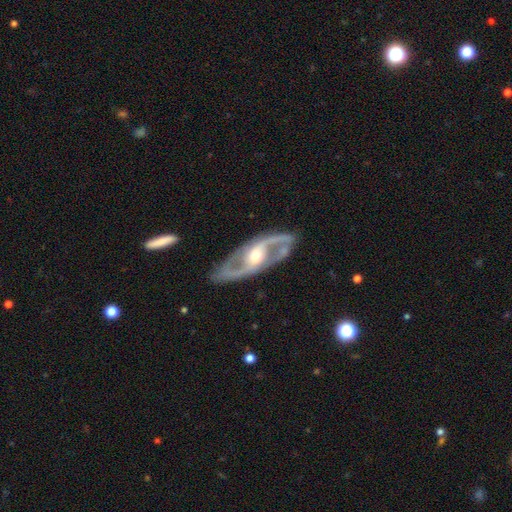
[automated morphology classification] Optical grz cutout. It shows a featured or disk galaxy (89%) with no bar (44%), 2 (92%) medium (55%) spiral arms (91%) and a moderate central bulge (57%). Merging: none (84%).